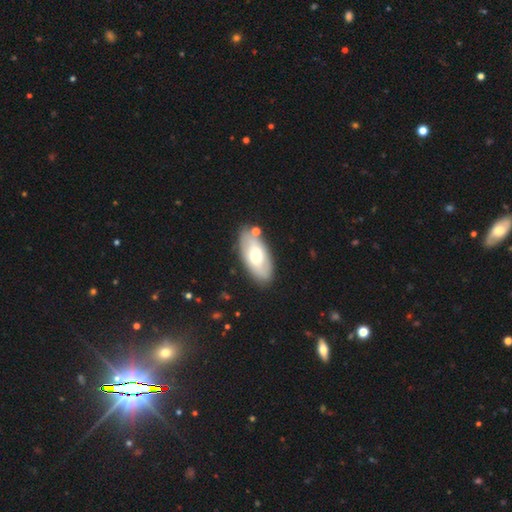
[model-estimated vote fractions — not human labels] This is possibly a smooth galaxy (52%). How rounded: clearly in between (91%). Merging: likely none (79%).